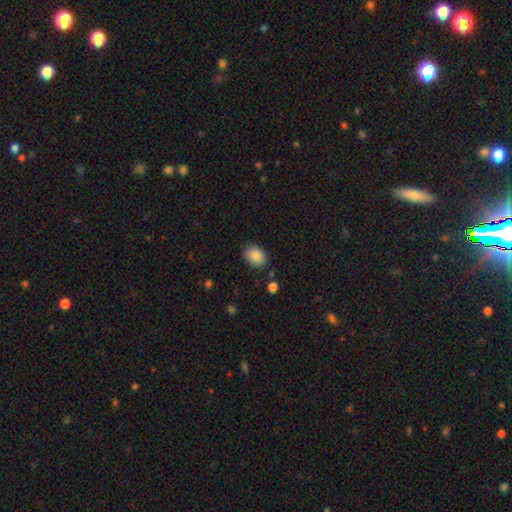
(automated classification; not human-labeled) A smooth galaxy with no disk features (88%) that is in between round and cigar-shaped (60%).

Vote fractions:
- Smooth or featured? smooth: 88% / star or artifact: 8% / featured or disk: 4%
- How rounded? in between: 60% / round: 39% / cigar-shaped: 1%
- Merging? none: 77% / minor disturbance: 17% / major disturbance: 4% / merger: 2%